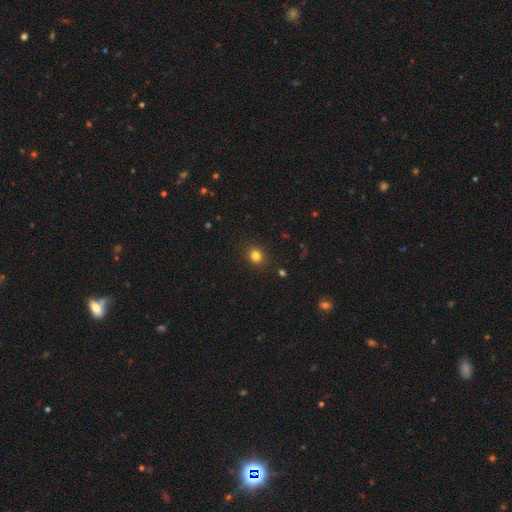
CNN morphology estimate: Q: Smooth or featured?
A: smooth (82%); runner-up: star or artifact (13%)
Q: How rounded?
A: round (70%); runner-up: in between (29%)
Q: Merging?
A: none (90%); runner-up: minor disturbance (7%)